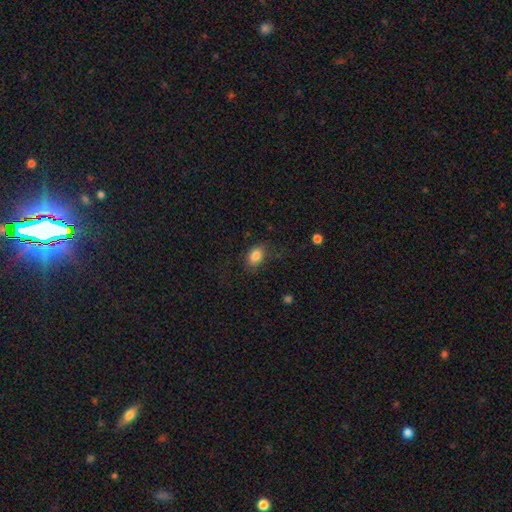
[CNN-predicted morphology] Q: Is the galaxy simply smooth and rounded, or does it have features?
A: smooth — 84%.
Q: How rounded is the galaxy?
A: in between — 81%.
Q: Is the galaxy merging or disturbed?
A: none — 74%.